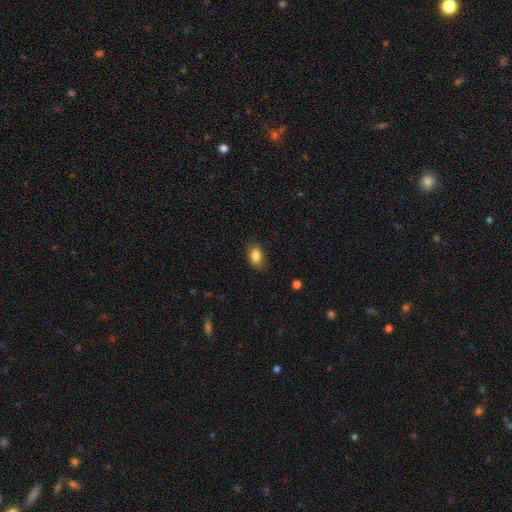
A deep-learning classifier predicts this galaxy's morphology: smooth_or_featured: smooth (p=0.84) [alt: star or artifact p=0.08]
how_rounded: in between (p=0.87) [alt: round p=0.11]
merging: none (p=0.81) [alt: minor disturbance p=0.14]